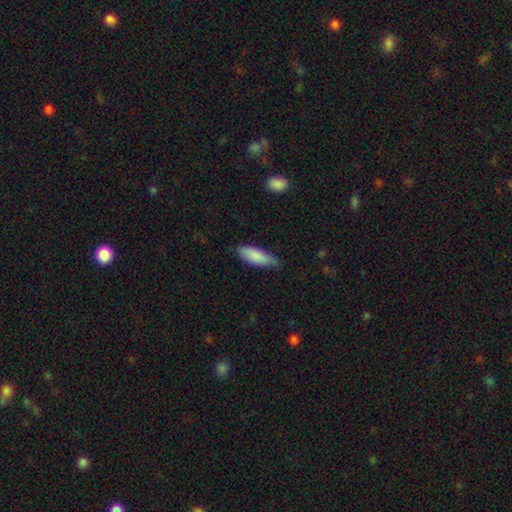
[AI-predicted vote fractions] Smooth or featured?
  - smooth: 85% *
  - featured or disk: 9%
  - star or artifact: 6%
How rounded?
  - in between: 65% *
  - cigar-shaped: 33%
  - round: 2%
Merging?
  - none: 59% *
  - minor disturbance: 35%
  - major disturbance: 5%
  - merger: 2%